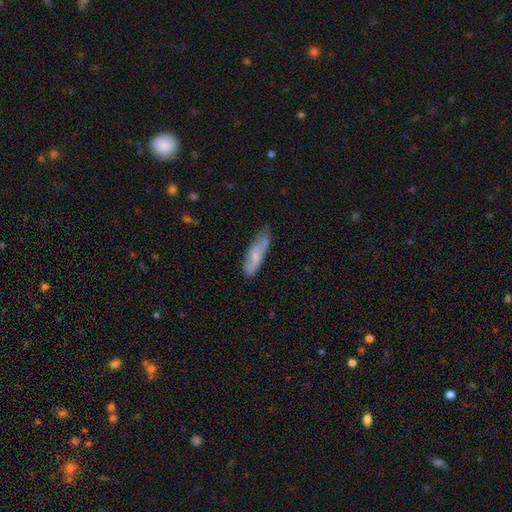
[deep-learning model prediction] Smooth or featured? smooth (54%)
How rounded? cigar-shaped (56%)
Merging? none (55%)